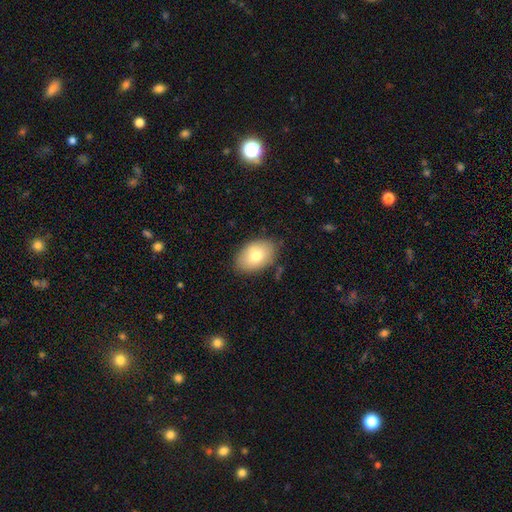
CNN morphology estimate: Smooth or featured? Predicted: smooth (p=0.77). How rounded? Predicted: in between (p=0.88). Merging? Predicted: none (p=0.80).